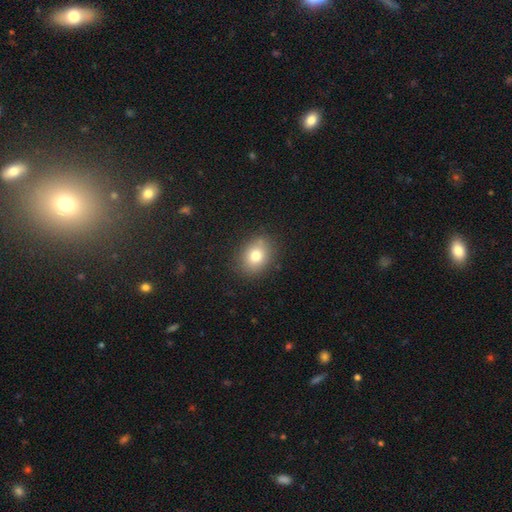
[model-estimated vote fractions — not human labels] Morphology: type=smooth (78%); roundness=in between (50%); merging=none (83%).